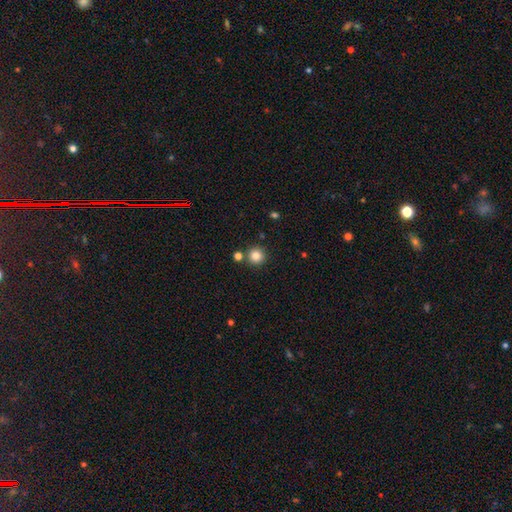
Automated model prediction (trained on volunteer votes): Smooth or featured? smooth (83%)
How rounded? round (95%)
Merging? none (84%)